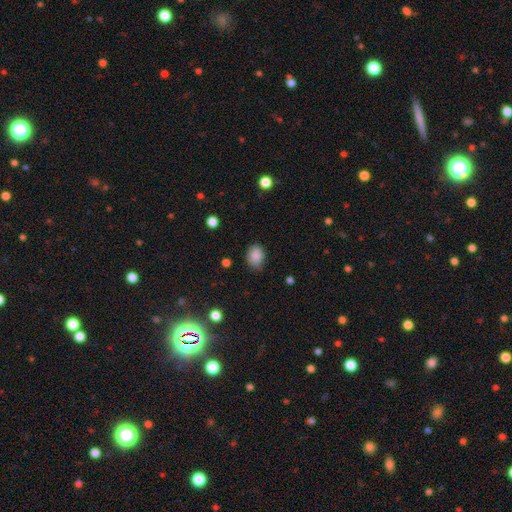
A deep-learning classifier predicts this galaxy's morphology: Smooth or featured? smooth (86%)
How rounded? in between (61%)
Merging? none (71%)